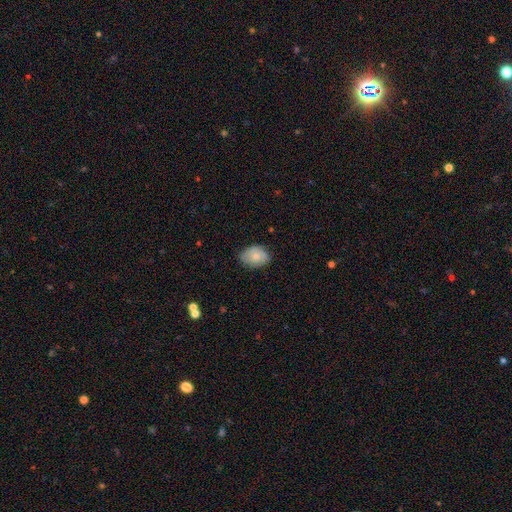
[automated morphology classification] Smooth or featured: smooth — 74% (featured or disk — 20%)
How rounded: in between — 72% (round — 27%)
Merging: none — 73% (minor disturbance — 22%)